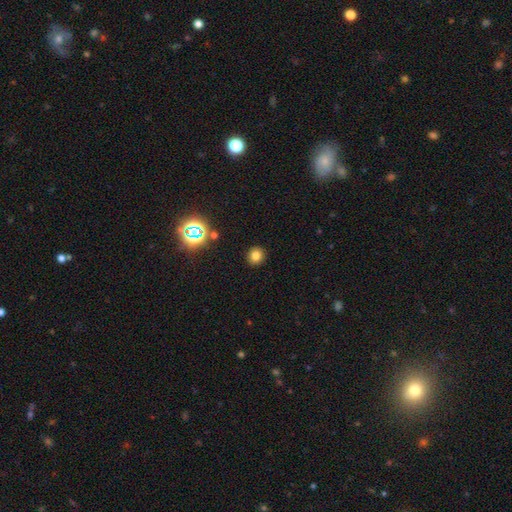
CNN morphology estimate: This appears to be a smooth galaxy with no disk features (75%) that is round (87%). Merging: none (91%).